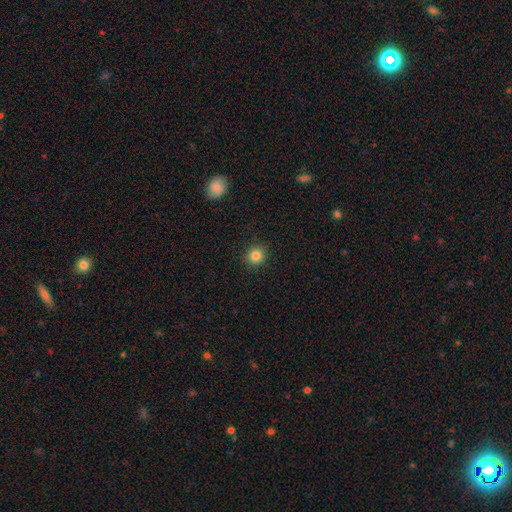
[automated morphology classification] smooth_or_featured: smooth (p=0.84) [alt: star or artifact p=0.11]
how_rounded: round (p=0.89) [alt: in between p=0.10]
merging: none (p=0.91) [alt: minor disturbance p=0.06]